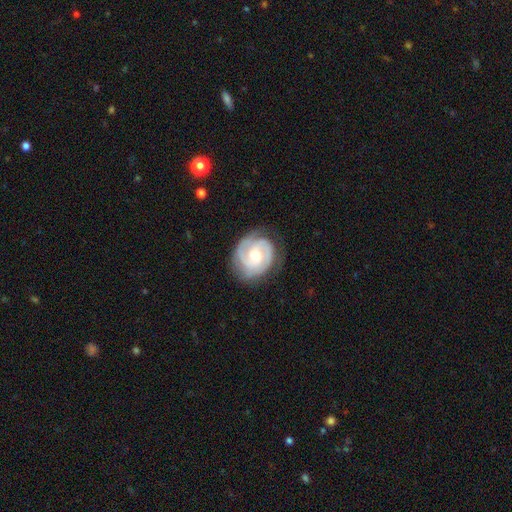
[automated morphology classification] Smooth or featured?
  - featured or disk: 85% *
  - smooth: 10%
  - star or artifact: 5%
Edge-on disk?
  - no: 98% *
  - yes: 2%
Bar?
  - no: 59% *
  - weak: 34%
  - strong: 7%
Spiral arms?
  - yes: 97% *
  - no: 3%
Spiral winding?
  - tight: 63% *
  - medium: 32%
  - loose: 6%
Spiral arm count?
  - 2: 51% *
  - 3: 25%
  - can't tell: 13%
  - 1: 4%
  - 4: 4%
  - more than 4: 3%
Bulge size?
  - moderate: 58% *
  - small: 32%
  - large: 6%
  - none: 2%
  - dominant: 1%
Merging?
  - none: 74% *
  - minor disturbance: 18%
  - major disturbance: 6%
  - merger: 1%